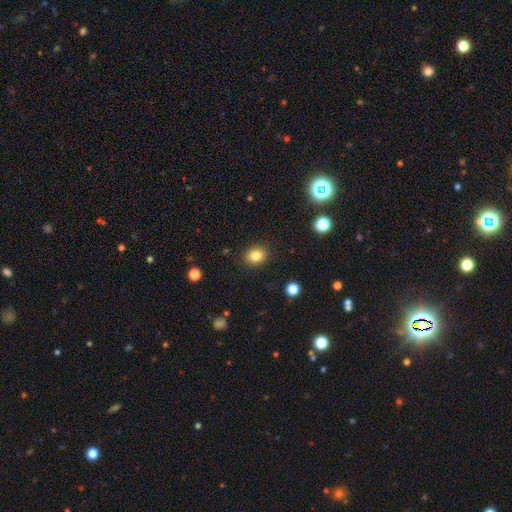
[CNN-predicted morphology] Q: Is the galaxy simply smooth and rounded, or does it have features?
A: smooth — 83%.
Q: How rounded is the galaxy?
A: round — 58%.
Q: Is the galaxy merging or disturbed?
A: none — 89%.